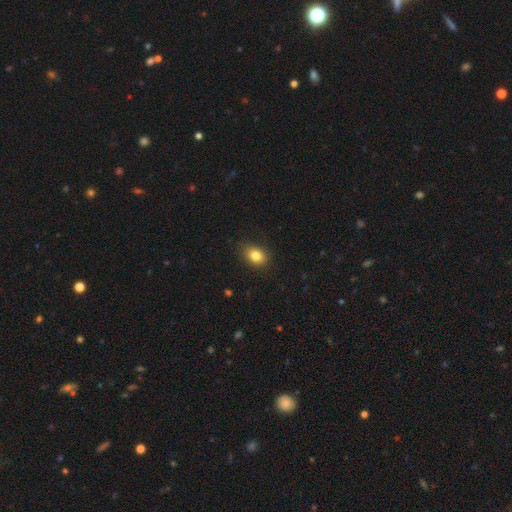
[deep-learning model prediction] Morphology: type=smooth (83%); roundness=in between (70%); merging=none (85%).